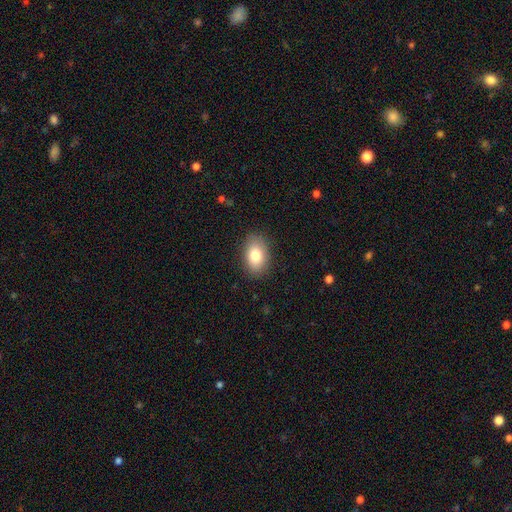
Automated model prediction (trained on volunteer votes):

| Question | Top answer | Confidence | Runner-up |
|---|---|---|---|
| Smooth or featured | smooth | 82% | featured or disk (10%) |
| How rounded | in between | 85% | round (13%) |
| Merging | none | 87% | minor disturbance (10%) |